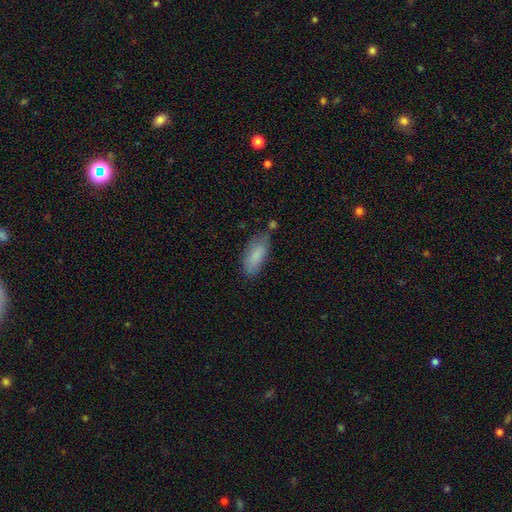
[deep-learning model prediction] Q: Smooth or featured?
A: smooth (82%); runner-up: featured or disk (11%)
Q: How rounded?
A: in between (81%); runner-up: cigar-shaped (17%)
Q: Merging?
A: none (65%); runner-up: minor disturbance (24%)